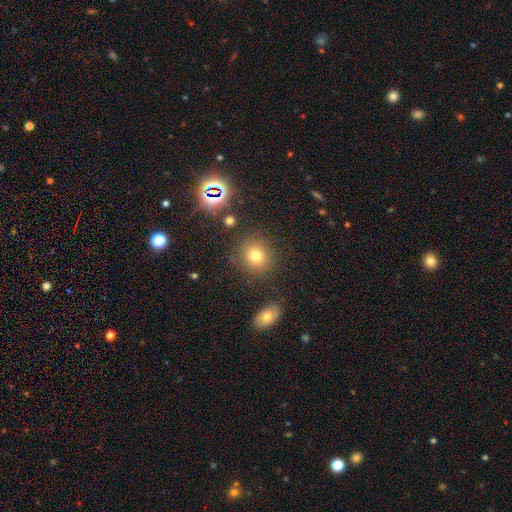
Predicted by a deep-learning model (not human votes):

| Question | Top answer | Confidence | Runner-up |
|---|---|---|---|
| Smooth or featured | smooth | 74% | star or artifact (16%) |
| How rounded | round | 81% | in between (18%) |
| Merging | none | 83% | minor disturbance (9%) |